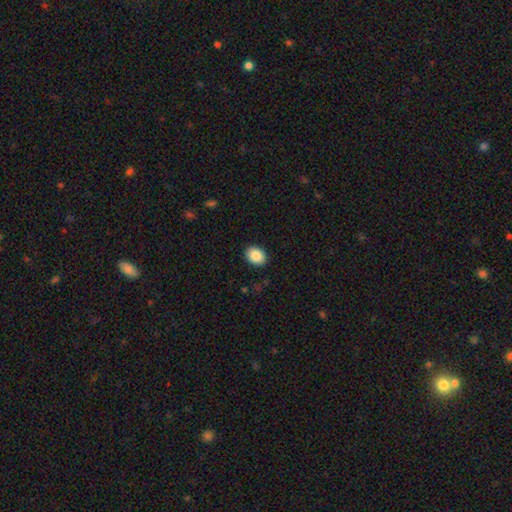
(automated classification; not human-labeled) smooth_or_featured: smooth (p=0.88) [alt: star or artifact p=0.08]
how_rounded: in between (p=0.61) [alt: round p=0.38]
merging: none (p=0.90) [alt: minor disturbance p=0.07]